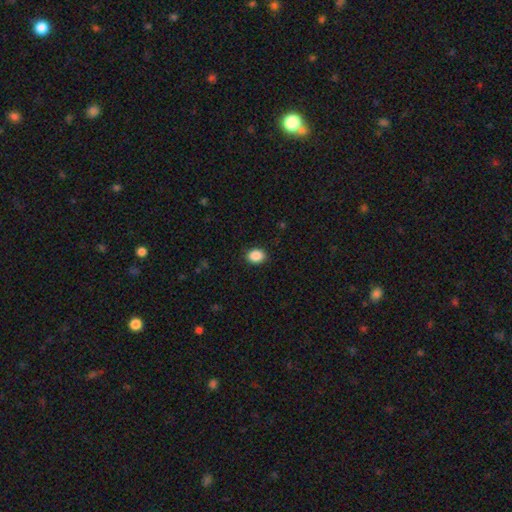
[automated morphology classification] smooth 88%, star or artifact 8%, featured or disk 3%. Down the decision tree: how rounded — in between (56%); merging — none (90%).